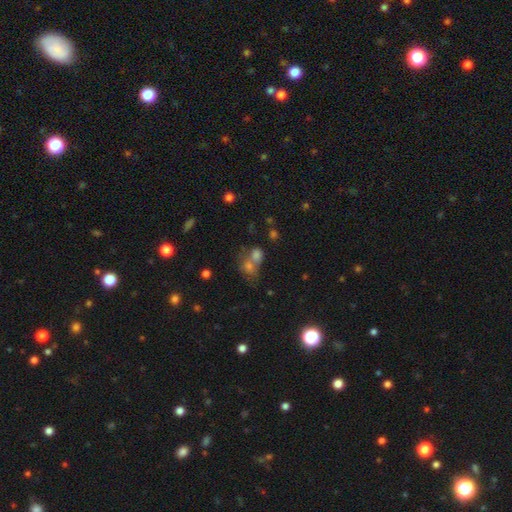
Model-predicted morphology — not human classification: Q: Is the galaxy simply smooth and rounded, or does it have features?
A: smooth — 62%.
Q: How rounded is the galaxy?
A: round — 59%.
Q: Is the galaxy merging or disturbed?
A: merger — 54%.